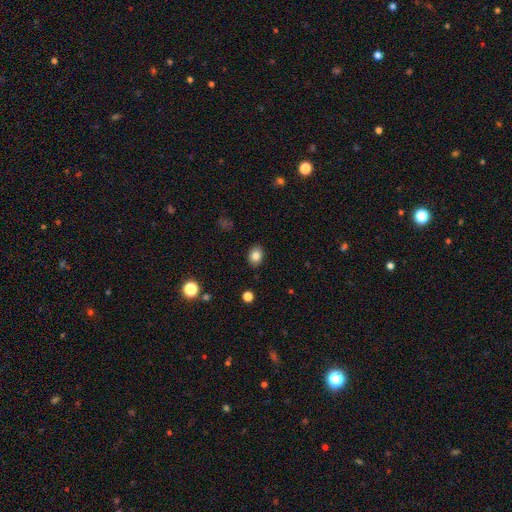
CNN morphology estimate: Q: Smooth or featured?
A: smooth (84%); runner-up: star or artifact (10%)
Q: How rounded?
A: in between (54%); runner-up: round (45%)
Q: Merging?
A: none (89%); runner-up: minor disturbance (8%)